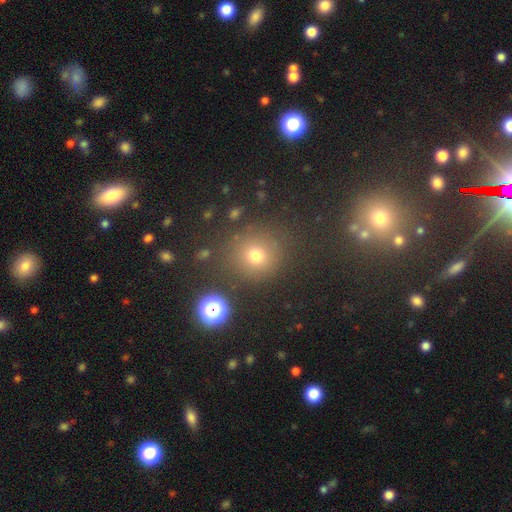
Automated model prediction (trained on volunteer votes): Smooth or featured?
  - smooth: 70% *
  - star or artifact: 22%
  - featured or disk: 8%
How rounded?
  - round: 90% *
  - in between: 9%
  - cigar-shaped: 1%
Merging?
  - none: 82% *
  - minor disturbance: 9%
  - major disturbance: 4%
  - merger: 4%